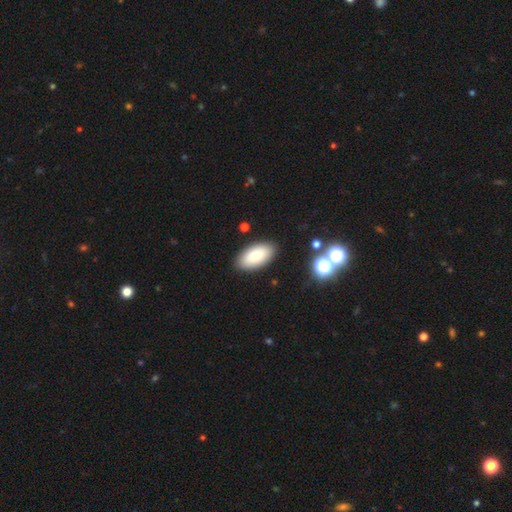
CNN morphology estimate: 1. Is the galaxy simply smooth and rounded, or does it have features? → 85% smooth, 8% featured or disk, 7% star or artifact.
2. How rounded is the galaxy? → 94% in between, 4% cigar-shaped, 2% round.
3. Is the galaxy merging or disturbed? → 87% none, 9% minor disturbance, 2% major disturbance, 2% merger.